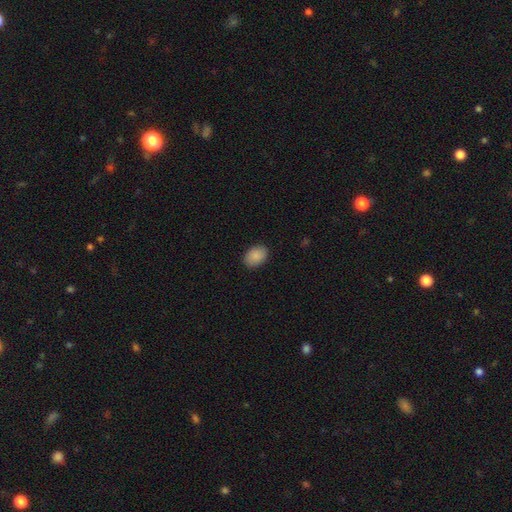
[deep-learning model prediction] The model was most divided on "how rounded": in between: 78%, round: 21%, cigar-shaped: 1%. More confident: smooth or featured — smooth (88%); merging — none (88%).